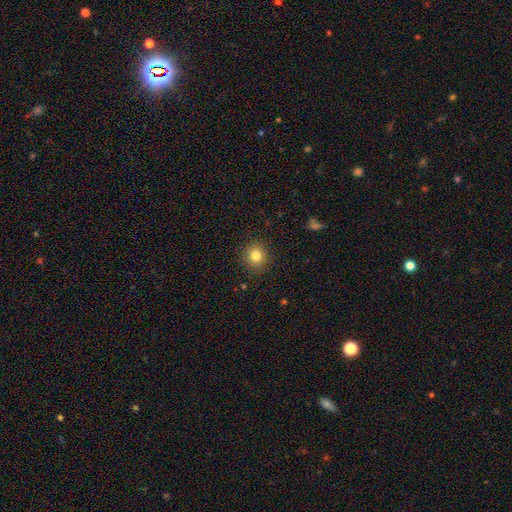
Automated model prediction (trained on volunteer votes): Smooth or featured?
  - smooth: 82% *
  - star or artifact: 11%
  - featured or disk: 7%
How rounded?
  - round: 85% *
  - in between: 14%
  - cigar-shaped: 1%
Merging?
  - none: 90% *
  - minor disturbance: 7%
  - major disturbance: 2%
  - merger: 1%